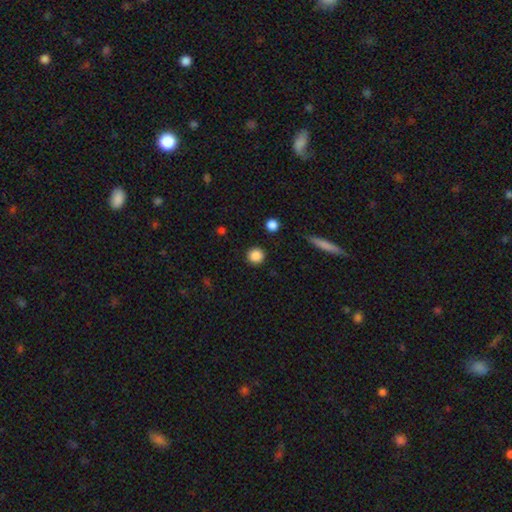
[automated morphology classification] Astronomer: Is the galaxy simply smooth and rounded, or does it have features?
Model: smooth — 87%.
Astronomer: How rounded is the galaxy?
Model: round — 94%.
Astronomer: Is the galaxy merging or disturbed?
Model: none — 91%.